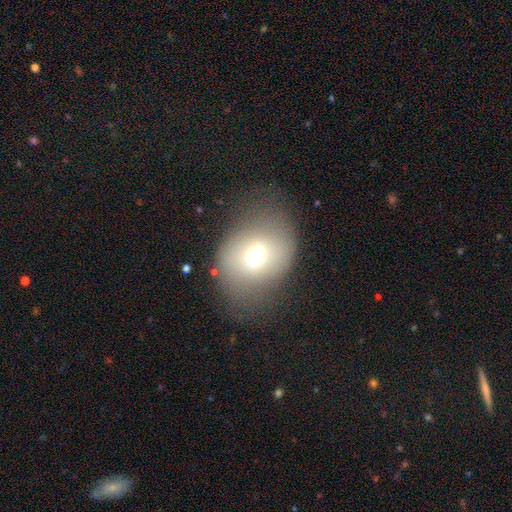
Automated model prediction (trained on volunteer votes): Smooth or featured? Predicted: smooth (p=0.60). How rounded? Predicted: in between (p=0.60). Merging? Predicted: none (p=0.58).